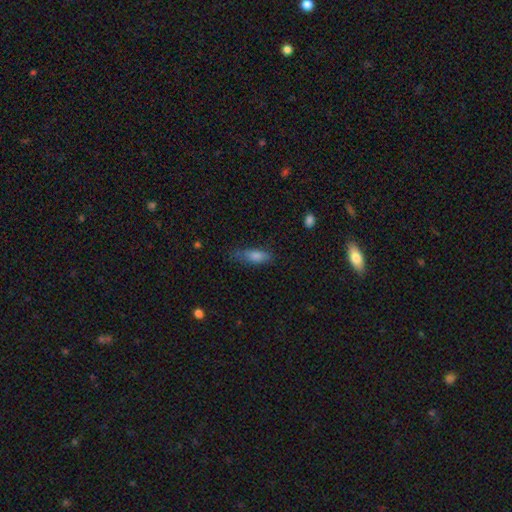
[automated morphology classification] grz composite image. It shows a smooth galaxy with no disk features (75%) that is in between round and cigar-shaped (62%). Merging: none (63%).